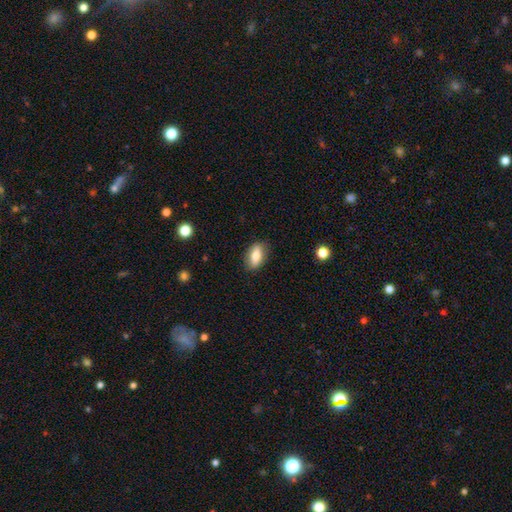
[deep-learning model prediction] Morphology: type=smooth (74%); roundness=in between (86%); merging=none (84%).